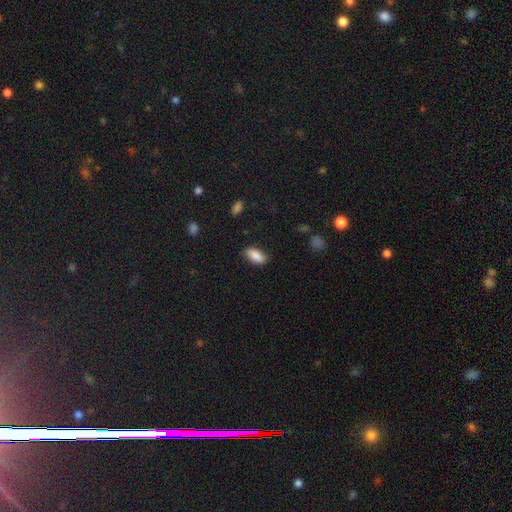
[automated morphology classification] smooth-or-featured: smooth: 88% | star or artifact: 7% | featured or disk: 5%
  how-rounded: in between: 89% | cigar-shaped: 9% | round: 3%
  merging: none: 83% | minor disturbance: 13% | major disturbance: 3% | merger: 1%